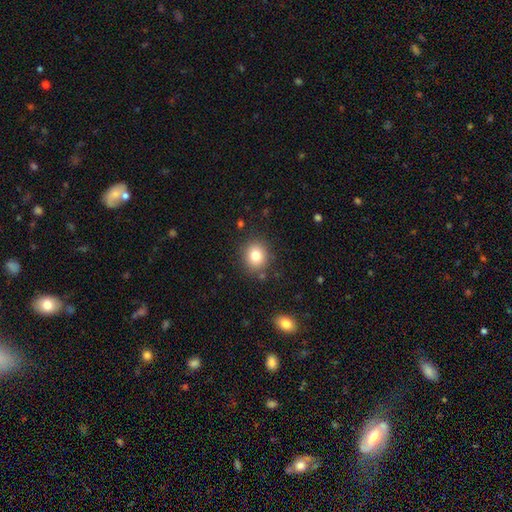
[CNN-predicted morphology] This appears to be a smooth galaxy with no disk features (80%) that is round (76%). Merging: none (85%).